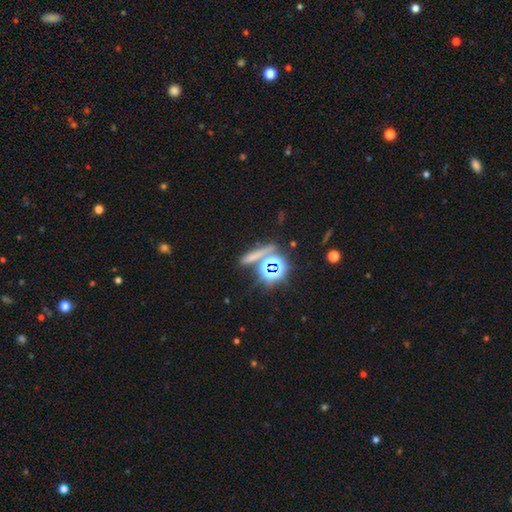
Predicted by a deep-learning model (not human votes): Smooth or featured?
  - smooth: 47% *
  - star or artifact: 38%
  - featured or disk: 15%
Merging?
  - none: 72% *
  - merger: 13%
  - minor disturbance: 10%
  - major disturbance: 5%